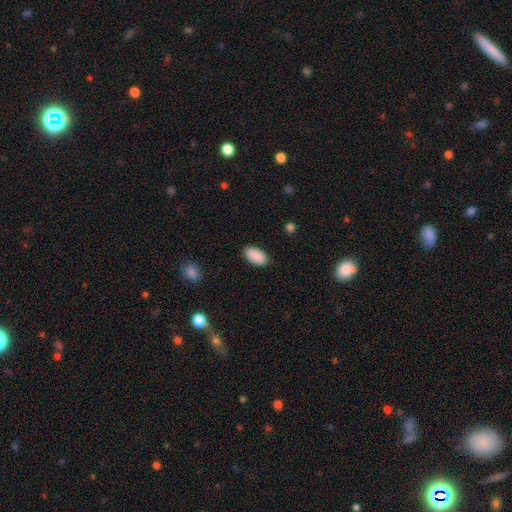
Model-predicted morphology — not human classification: smooth 91%, star or artifact 6%, featured or disk 3%. Down the decision tree: how rounded — in between (95%); merging — none (87%).